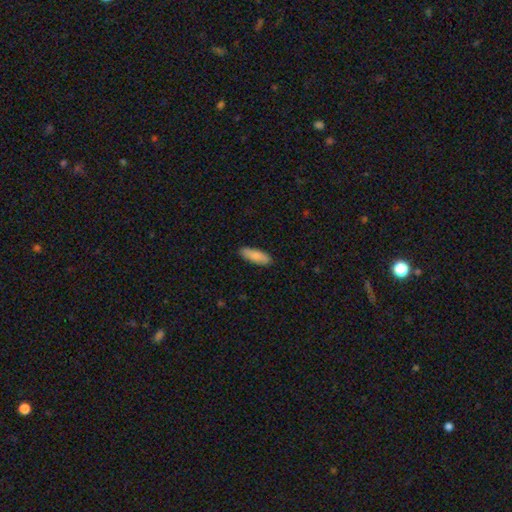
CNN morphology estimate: Smooth or featured: smooth — 87% (featured or disk — 8%)
How rounded: in between — 59% (cigar-shaped — 40%)
Merging: none — 88% (minor disturbance — 9%)